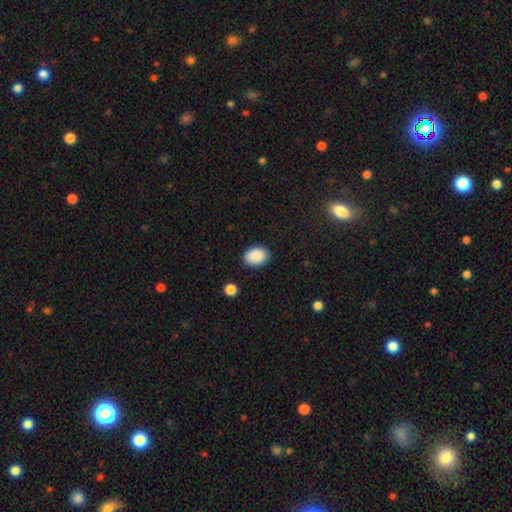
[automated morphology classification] This appears to be a smooth galaxy with no disk features (89%) that is in between round and cigar-shaped (77%). Merging: none (87%).